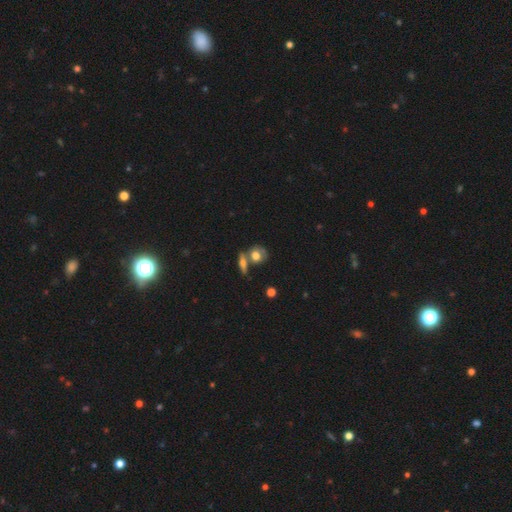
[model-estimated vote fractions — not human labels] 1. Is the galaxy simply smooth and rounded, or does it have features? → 61% smooth, 30% featured or disk, 10% star or artifact.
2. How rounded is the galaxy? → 62% round, 33% in between, 5% cigar-shaped.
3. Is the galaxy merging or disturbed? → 50% none, 32% merger, 13% minor disturbance, 5% major disturbance.